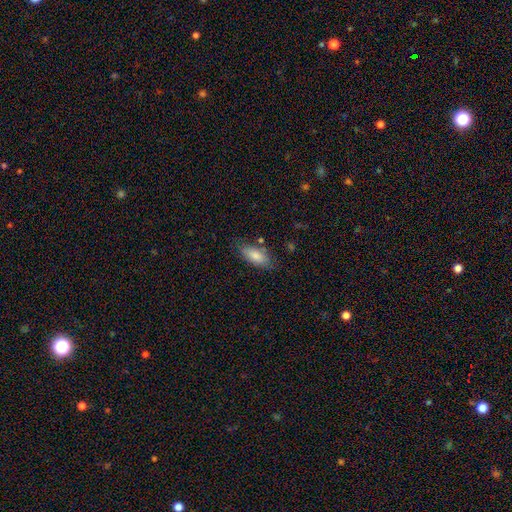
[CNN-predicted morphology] Q: Smooth or featured?
A: smooth (82%); runner-up: featured or disk (11%)
Q: How rounded?
A: in between (84%); runner-up: cigar-shaped (13%)
Q: Merging?
A: none (74%); runner-up: minor disturbance (18%)